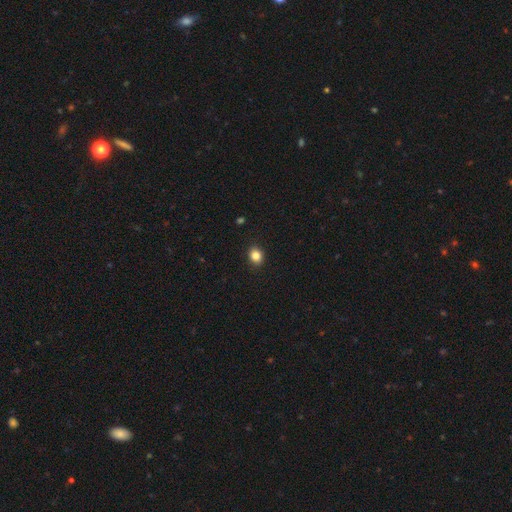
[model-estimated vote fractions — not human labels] Smooth or featured? smooth (84%)
How rounded? round (60%)
Merging? none (90%)